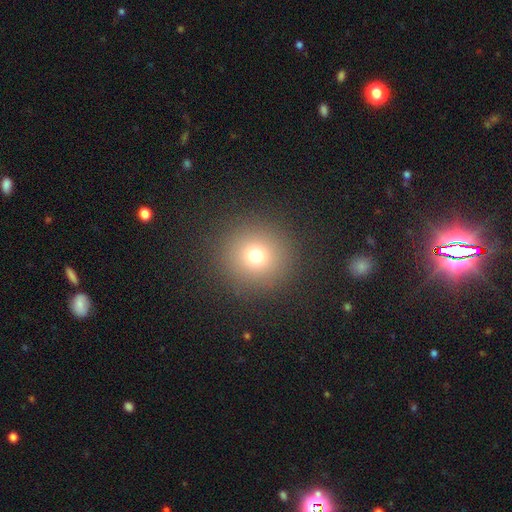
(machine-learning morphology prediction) type=smooth (73%); roundness=round (95%); merging=none (91%).